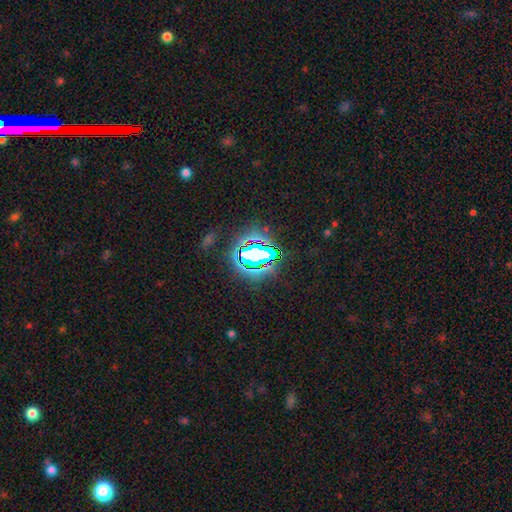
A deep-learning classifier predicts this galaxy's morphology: Smooth or featured? star or artifact (68%)